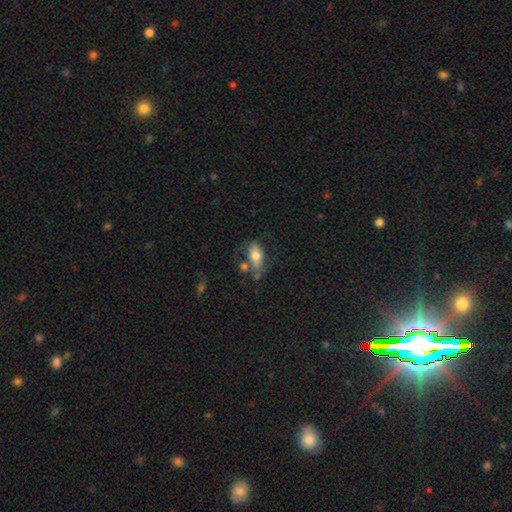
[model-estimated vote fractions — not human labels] A smooth galaxy with no disk features (72%) that is in between round and cigar-shaped (86%). Merging: none (45%).